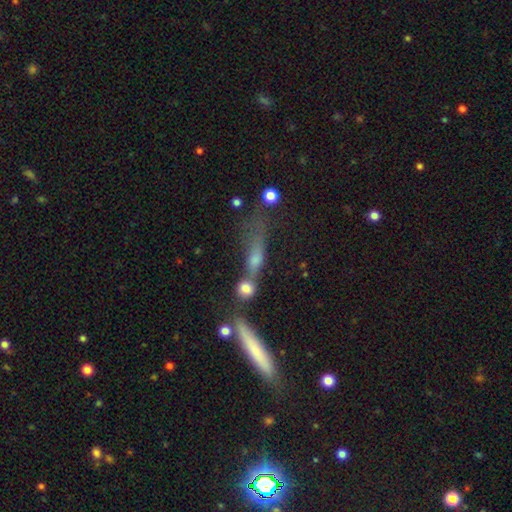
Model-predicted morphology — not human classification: Overall: smooth (63%; featured or disk 23%). How rounded: cigar-shaped (44%; in between 38%). Merging: merger (45%; none 25%).